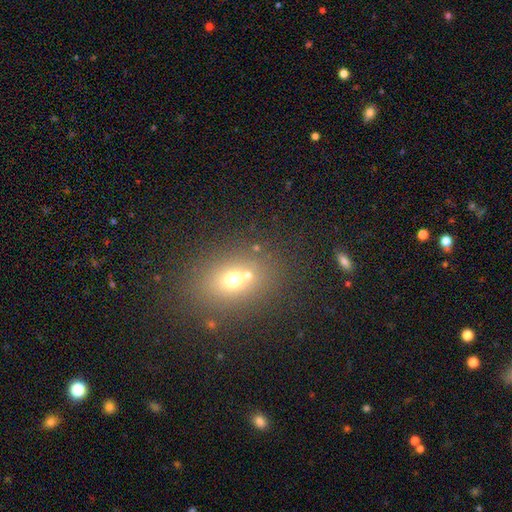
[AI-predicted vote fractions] Overall: smooth (58%; star or artifact 25%). How rounded: in between (62%; round 35%). Merging: none (73%).